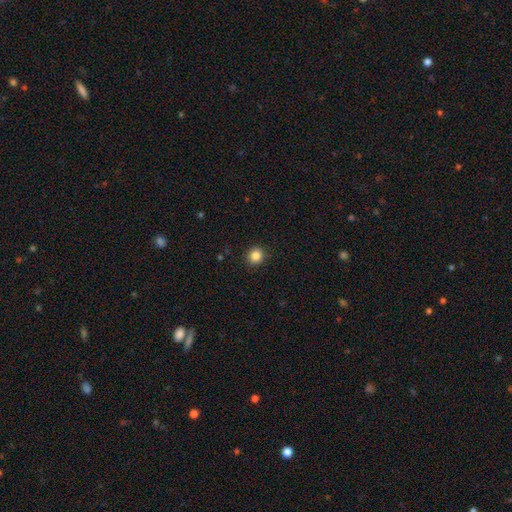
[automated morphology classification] Smooth or featured?
  - smooth: 85% *
  - star or artifact: 11%
  - featured or disk: 5%
How rounded?
  - round: 90% *
  - in between: 9%
  - cigar-shaped: 1%
Merging?
  - none: 92% *
  - minor disturbance: 5%
  - major disturbance: 2%
  - merger: 1%